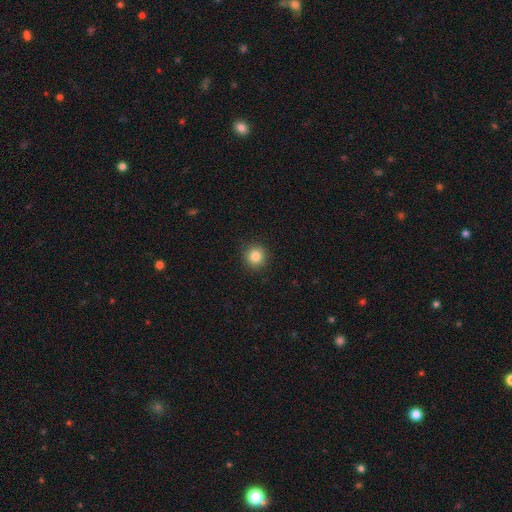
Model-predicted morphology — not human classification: Smooth or featured: smooth — 84% (star or artifact — 11%)
How rounded: round — 94% (in between — 5%)
Merging: none — 92% (minor disturbance — 6%)